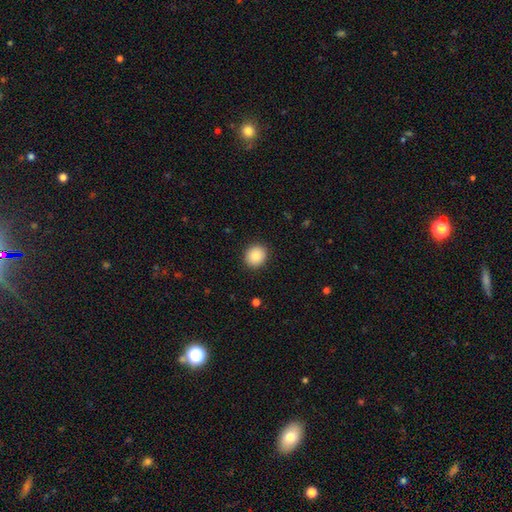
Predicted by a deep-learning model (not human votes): A smooth galaxy with no disk features (87%) that is round (79%). Merging: none (91%).